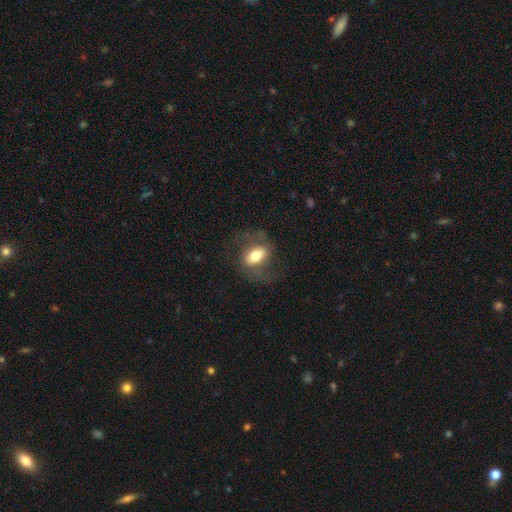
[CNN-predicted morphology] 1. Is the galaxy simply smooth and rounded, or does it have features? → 53% smooth, 40% featured or disk, 7% star or artifact.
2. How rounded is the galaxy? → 83% in between, 13% round, 4% cigar-shaped.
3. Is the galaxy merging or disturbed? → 64% none, 18% minor disturbance, 16% major disturbance, 1% merger.